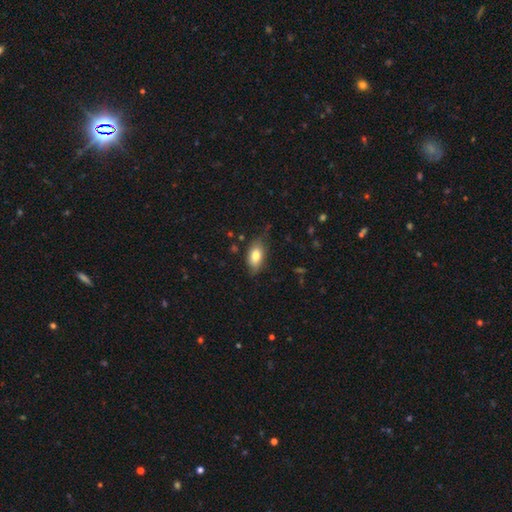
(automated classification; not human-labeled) The model was most divided on "merging": none: 67%, minor disturbance: 26%, major disturbance: 6%, merger: 2%. More confident: how rounded — in between (89%); smooth or featured — smooth (77%).